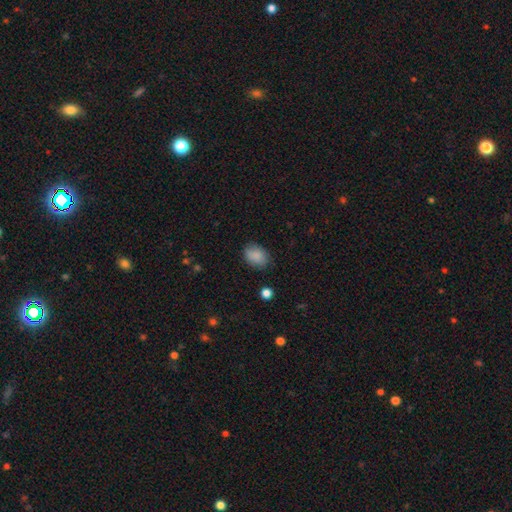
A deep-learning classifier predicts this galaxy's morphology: Q: Smooth or featured?
A: smooth (88%); runner-up: star or artifact (8%)
Q: How rounded?
A: in between (70%); runner-up: round (29%)
Q: Merging?
A: none (81%); runner-up: minor disturbance (14%)